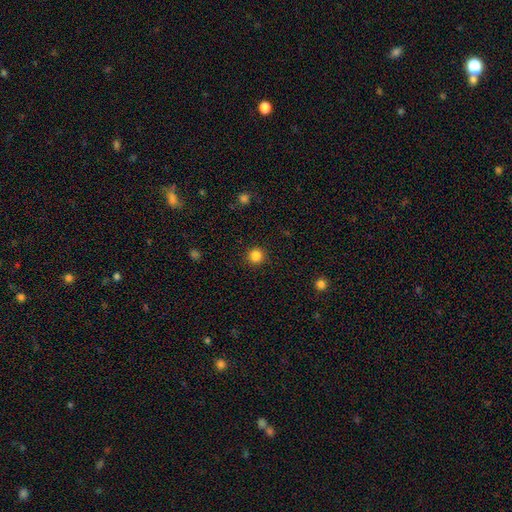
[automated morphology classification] smooth_or_featured: smooth (p=0.84) [alt: star or artifact p=0.12]
how_rounded: round (p=0.95) [alt: in between p=0.04]
merging: none (p=0.92) [alt: minor disturbance p=0.05]